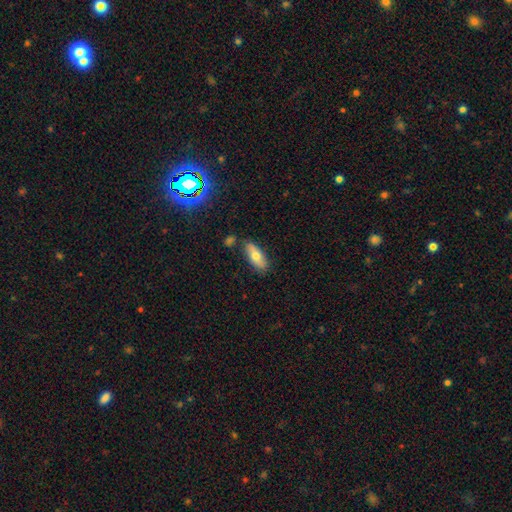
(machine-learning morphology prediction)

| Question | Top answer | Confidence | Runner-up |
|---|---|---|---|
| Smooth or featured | smooth | 70% | featured or disk (22%) |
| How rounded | in between | 74% | cigar-shaped (23%) |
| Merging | none | 78% | minor disturbance (14%) |